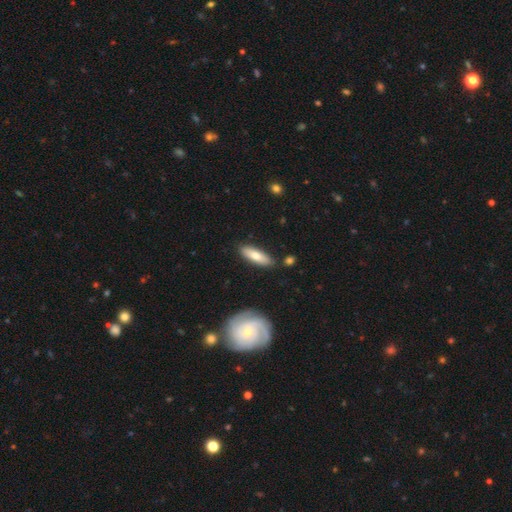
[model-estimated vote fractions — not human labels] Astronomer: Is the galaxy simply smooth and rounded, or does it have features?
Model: smooth — 72%.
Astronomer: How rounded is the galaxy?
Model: in between — 51% (runner-up: cigar-shaped, 47%).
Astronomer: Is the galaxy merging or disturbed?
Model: none — 84%.